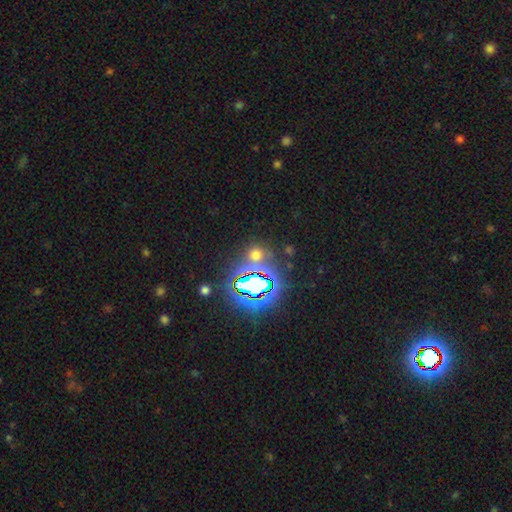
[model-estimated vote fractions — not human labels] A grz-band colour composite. It shows a star or artifact, not a galaxy (50%).